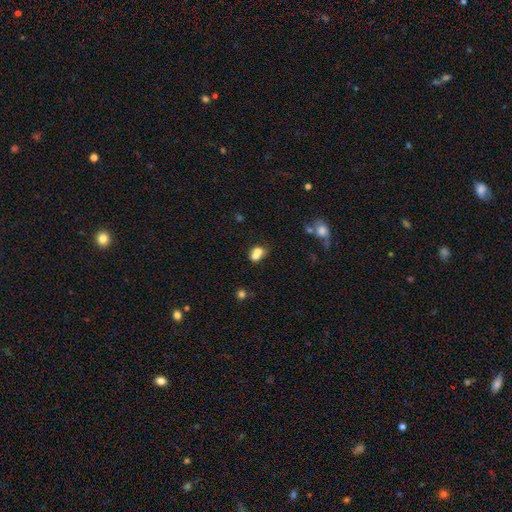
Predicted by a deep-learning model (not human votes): Smooth or featured? smooth (73%)
How rounded? in between (57%)
Merging? merger (59%)